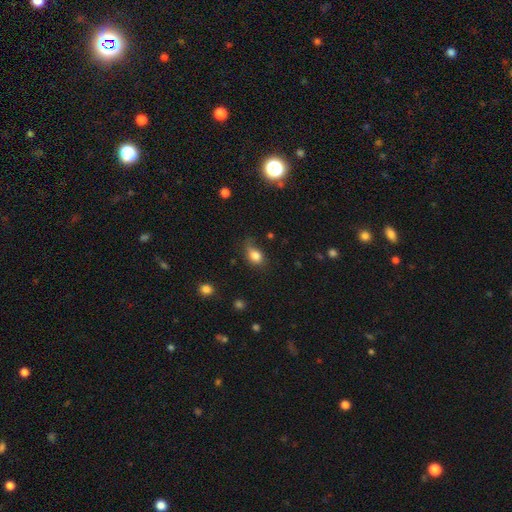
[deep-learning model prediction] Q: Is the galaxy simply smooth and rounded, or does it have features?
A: smooth — 82%.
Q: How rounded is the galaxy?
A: in between — 72%.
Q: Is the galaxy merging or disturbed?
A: none — 53%.